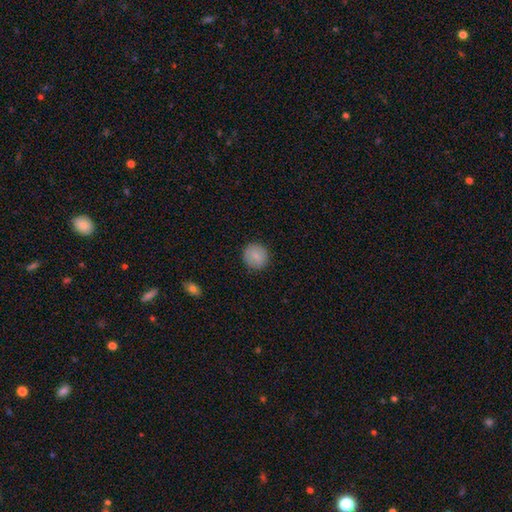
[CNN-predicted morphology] smooth_or_featured: smooth (p=0.85) [alt: featured or disk p=0.08]
how_rounded: round (p=0.92) [alt: in between p=0.08]
merging: none (p=0.90) [alt: minor disturbance p=0.07]